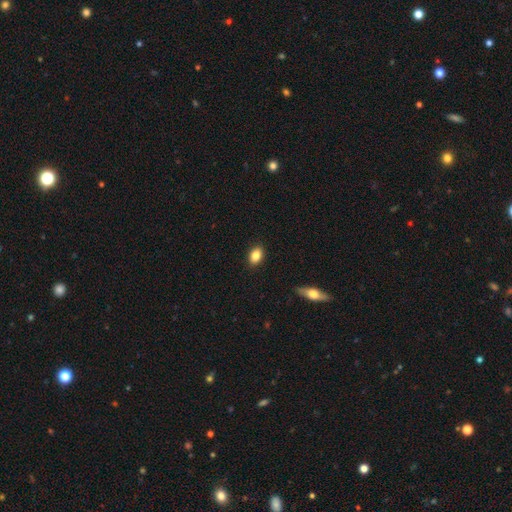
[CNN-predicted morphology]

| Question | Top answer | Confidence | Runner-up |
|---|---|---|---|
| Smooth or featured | smooth | 85% | star or artifact (8%) |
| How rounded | in between | 81% | round (17%) |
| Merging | none | 89% | minor disturbance (8%) |